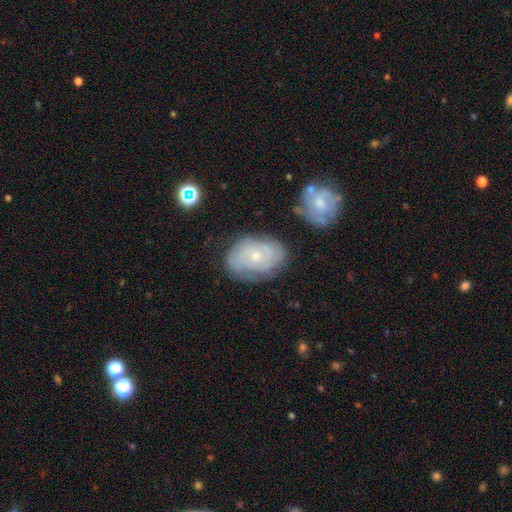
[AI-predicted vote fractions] Smooth or featured: featured or disk — 67% (smooth — 26%)
Edge-on disk: no — 96% (yes — 4%)
Bar: no — 81% (weak — 16%)
Spiral arms: yes — 80% (no — 20%)
Spiral winding: tight — 68% (medium — 24%)
Spiral arm count: can't tell — 52% (2 — 25%)
Bulge size: small — 69% (moderate — 27%)
Merging: none — 70% (minor disturbance — 19%)